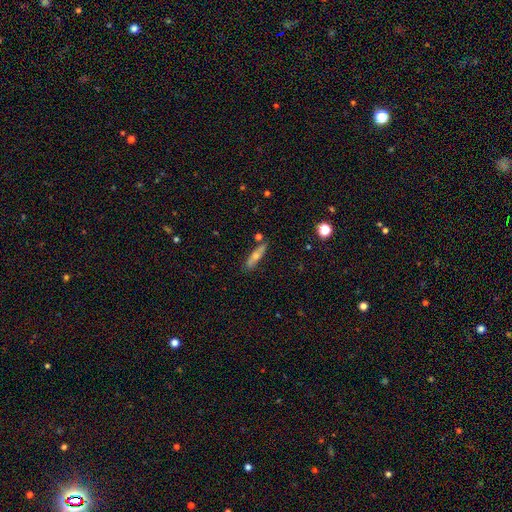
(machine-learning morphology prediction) type=featured or disk (46%); merging=none (77%).